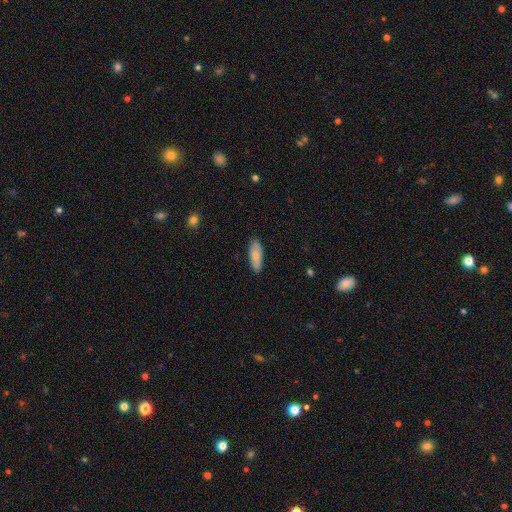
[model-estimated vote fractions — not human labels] The model was most divided on "how rounded": in between: 66%, cigar-shaped: 32%, round: 2%. More confident: merging — none (85%); smooth or featured — smooth (77%).